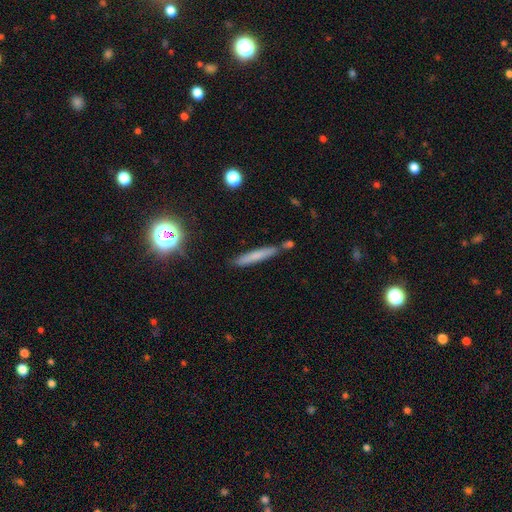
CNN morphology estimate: A smooth galaxy with no disk features (66%) that is cigar-shaped (93%). Merging: none (80%).